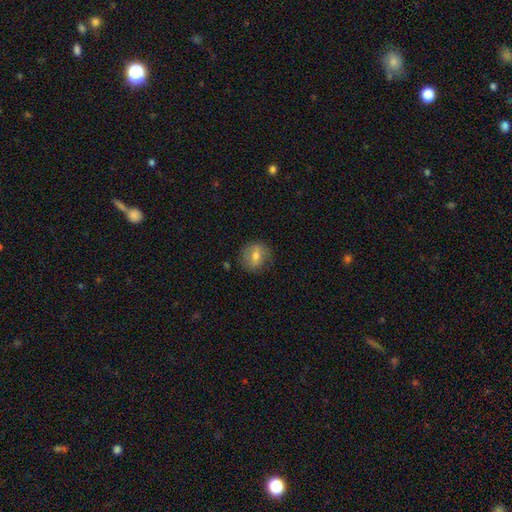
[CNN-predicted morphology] Overall: smooth (56%; featured or disk 33%). How rounded: round (77%). Merging: none (79%).